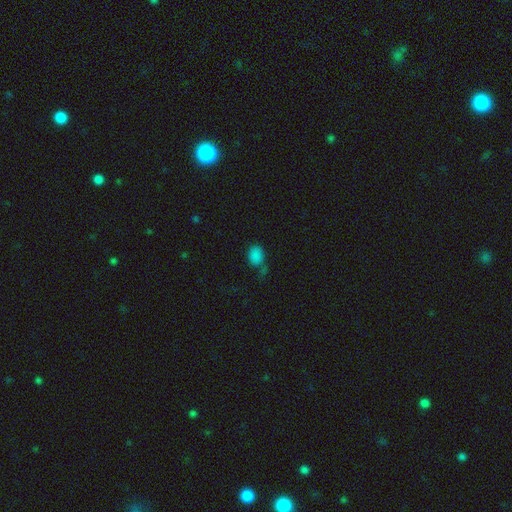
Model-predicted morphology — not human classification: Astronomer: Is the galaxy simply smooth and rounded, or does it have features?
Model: smooth — 81%.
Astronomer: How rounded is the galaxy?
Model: in between — 68%.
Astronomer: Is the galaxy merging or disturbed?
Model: none — 51%.